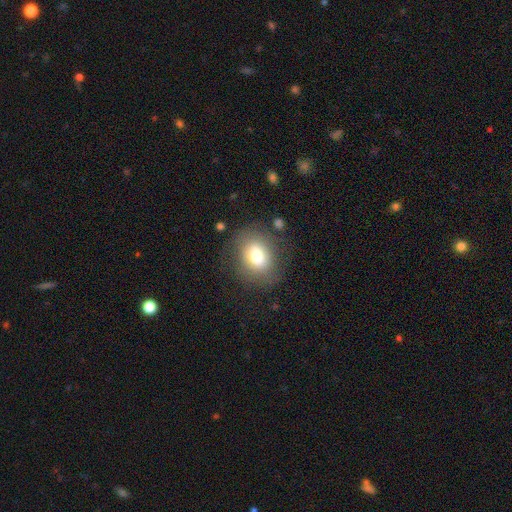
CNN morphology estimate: This is likely a smooth galaxy (74%). How rounded: possibly round (52%). Merging: likely none (75%).